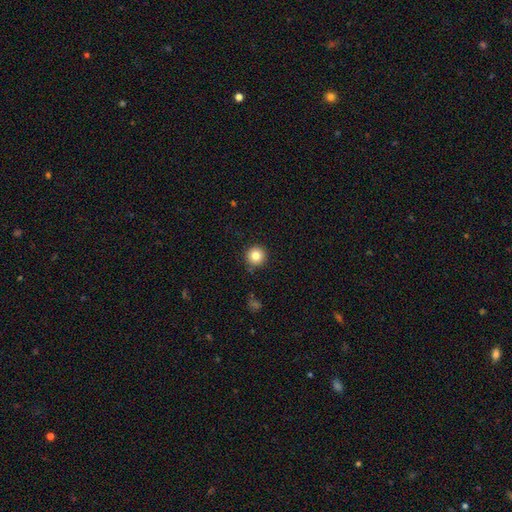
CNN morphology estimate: smooth-or-featured: smooth: 83% | star or artifact: 11% | featured or disk: 6%
  how-rounded: round: 96% | in between: 3% | cigar-shaped: 1%
  merging: none: 90% | minor disturbance: 7% | major disturbance: 2% | merger: 1%